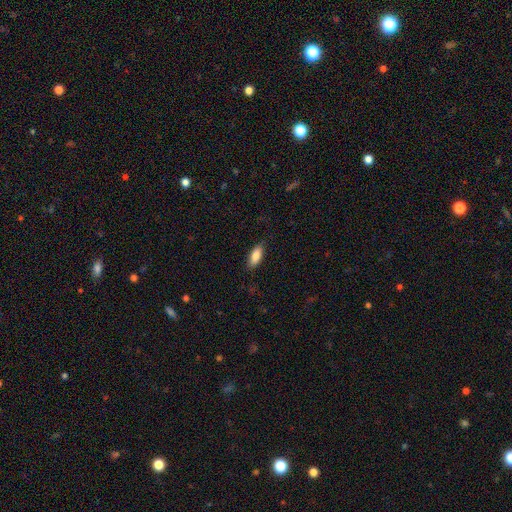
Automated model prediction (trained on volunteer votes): The model was most divided on "how rounded": in between: 78%, cigar-shaped: 20%, round: 2%. More confident: merging — none (85%); smooth or featured — smooth (84%).